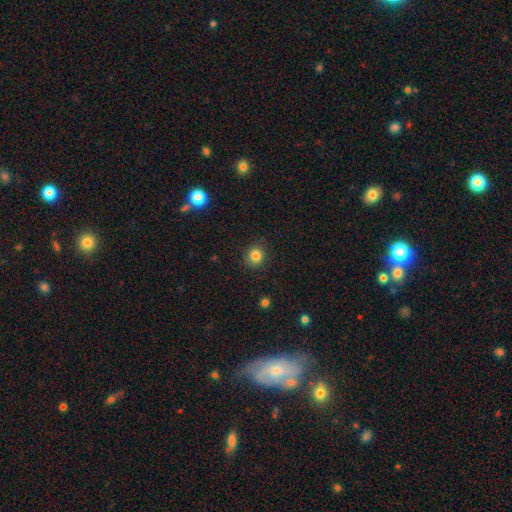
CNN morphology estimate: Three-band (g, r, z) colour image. It shows a smooth galaxy with no disk features (83%) that is round (90%). Merging: none (88%).